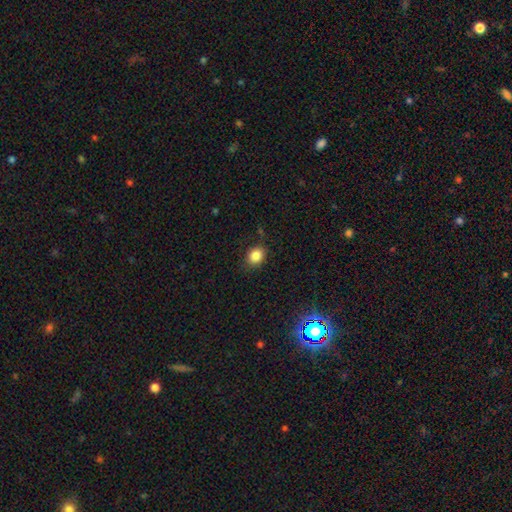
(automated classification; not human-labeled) This is clearly a smooth galaxy (85%). How rounded: possibly round (51%). Merging: clearly none (83%).